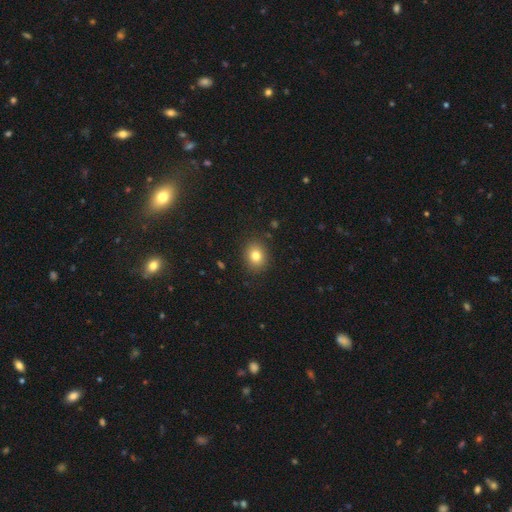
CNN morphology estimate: smooth_or_featured: smooth (p=0.80) [alt: star or artifact p=0.11]
how_rounded: round (p=0.62) [alt: in between p=0.37]
merging: none (p=0.89) [alt: minor disturbance p=0.08]